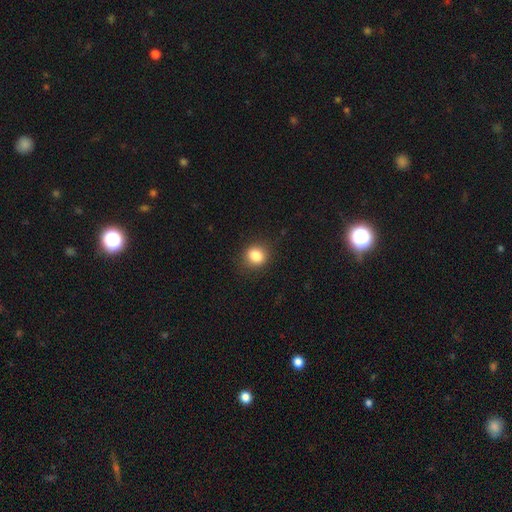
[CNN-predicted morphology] A smooth galaxy with no disk features (84%) that is round (69%). Merging: none (86%).